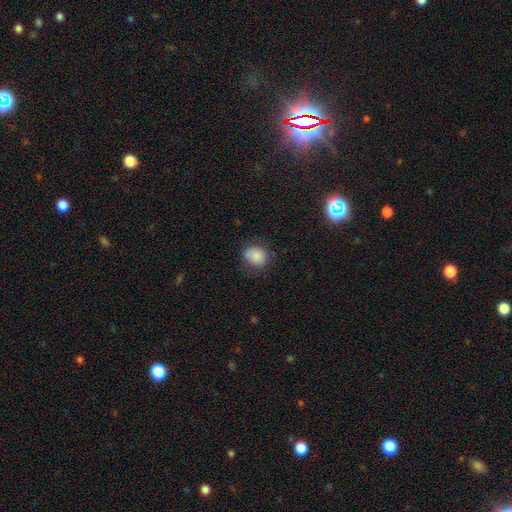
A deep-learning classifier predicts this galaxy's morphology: smooth_or_featured: smooth (p=0.83) [alt: star or artifact p=0.09]
how_rounded: round (p=0.60) [alt: in between p=0.39]
merging: none (p=0.66) [alt: minor disturbance p=0.24]